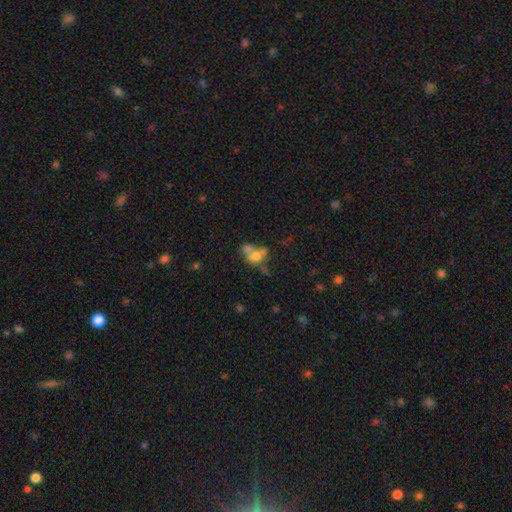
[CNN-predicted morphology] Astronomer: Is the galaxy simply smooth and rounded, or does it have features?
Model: smooth — 54% (runner-up: featured or disk, 31%).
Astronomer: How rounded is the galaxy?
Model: in between — 63%.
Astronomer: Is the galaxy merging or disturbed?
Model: merger — 49% (runner-up: none, 25%).